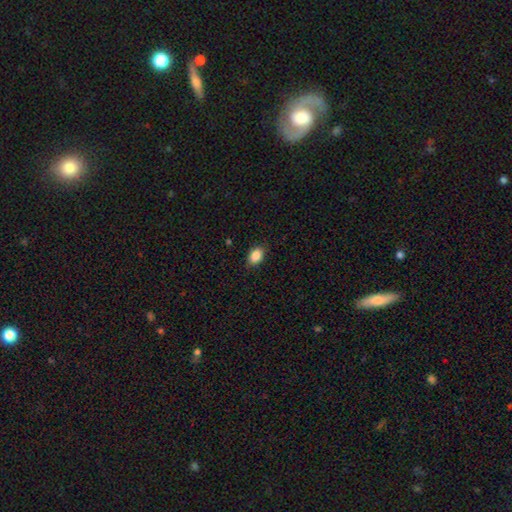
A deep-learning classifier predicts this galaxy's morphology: Smooth or featured? Predicted: smooth (p=0.87). How rounded? Predicted: in between (p=0.84). Merging? Predicted: none (p=0.87).